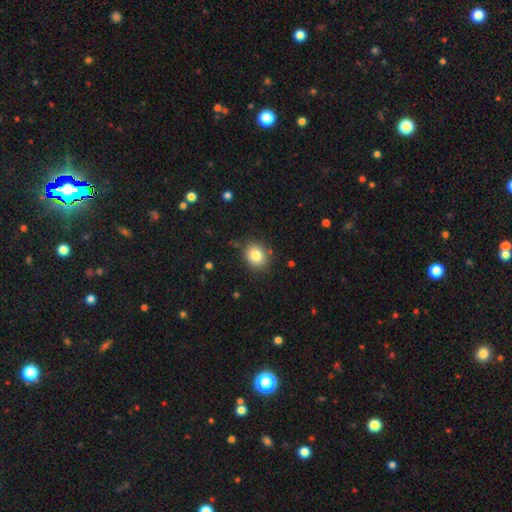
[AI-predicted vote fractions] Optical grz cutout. It shows a smooth galaxy with no disk features (82%) that is round (68%). Merging: none (85%).